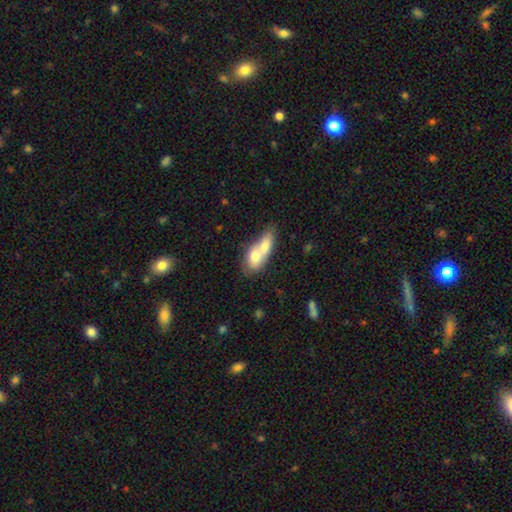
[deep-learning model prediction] Morphology: type=smooth (69%); roundness=in between (72%); merging=merger (74%).